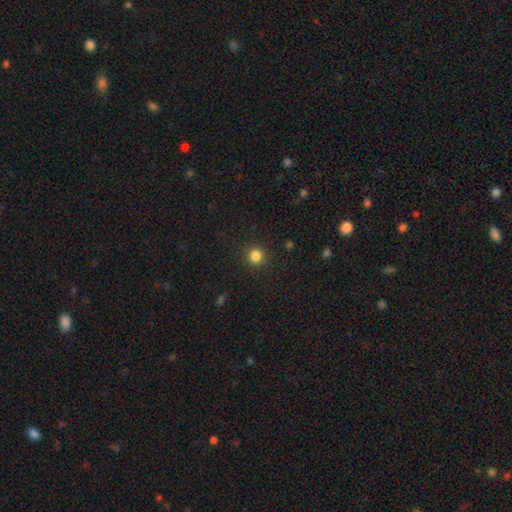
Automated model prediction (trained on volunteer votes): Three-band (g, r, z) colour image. It shows a smooth galaxy with no disk features (83%) that is round (91%). Merging: none (91%).